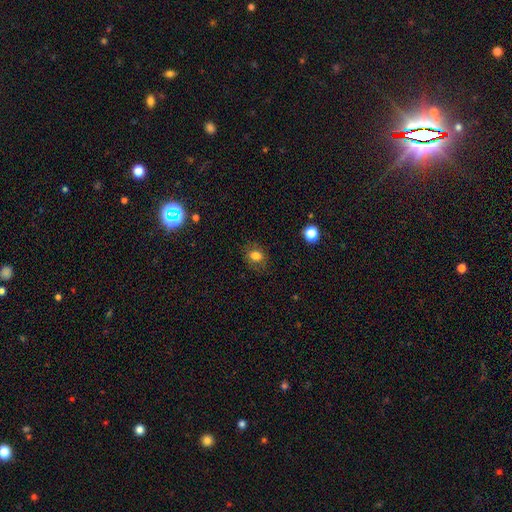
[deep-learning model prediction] Overall: smooth (79%). How rounded: in between (51%; round 48%). Merging: none (79%).